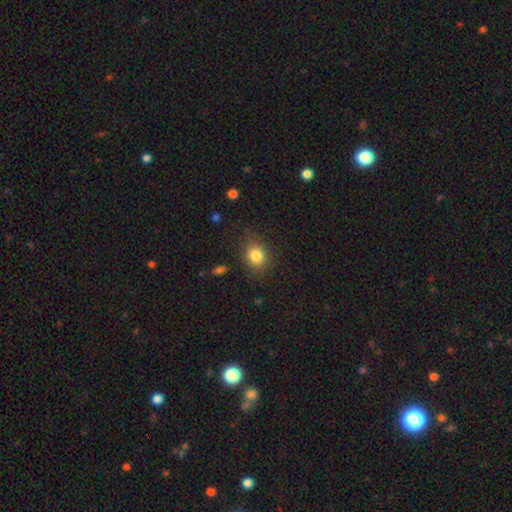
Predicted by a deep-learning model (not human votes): The model was most divided on "how rounded": round: 64%, in between: 35%, cigar-shaped: 1%. More confident: smooth or featured — smooth (82%); merging — none (80%).